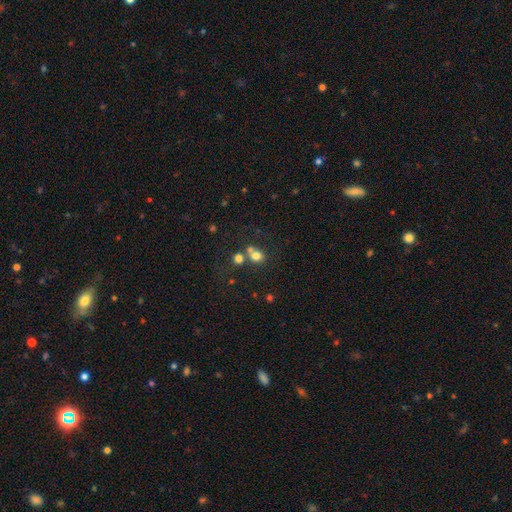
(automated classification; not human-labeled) A smooth galaxy with no disk features (74%) that is round (71%). Merging: none (48%).